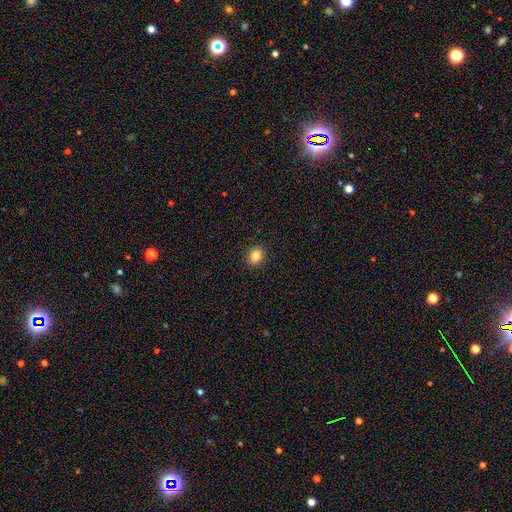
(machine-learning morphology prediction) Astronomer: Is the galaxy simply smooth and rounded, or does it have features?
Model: smooth — 84%.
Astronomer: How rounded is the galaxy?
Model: round — 63%.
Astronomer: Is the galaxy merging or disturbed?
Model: none — 91%.